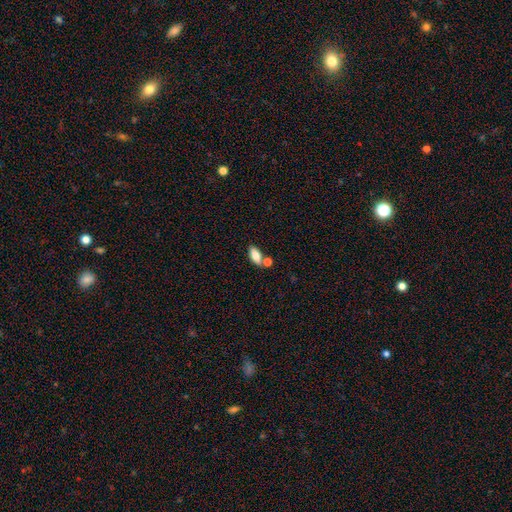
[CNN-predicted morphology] smooth-or-featured: smooth: 79% | featured or disk: 14% | star or artifact: 7%
  how-rounded: in between: 85% | cigar-shaped: 11% | round: 4%
  merging: none: 59% | merger: 25% | minor disturbance: 13% | major disturbance: 4%